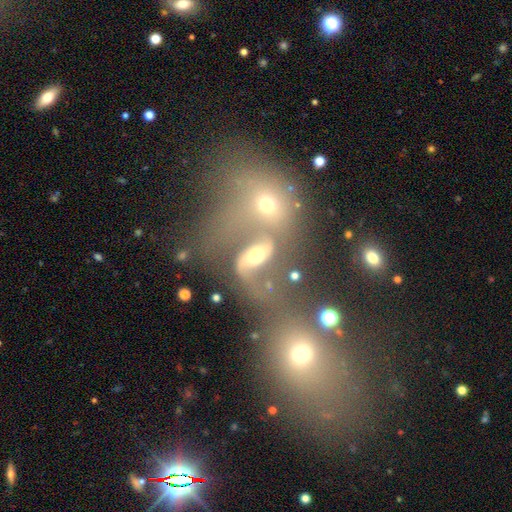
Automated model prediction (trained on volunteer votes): This appears to be a featured or disk galaxy (61%) with no bar (42%), spiral arms (80%) and a moderate central bulge (64%). Merging: merger (50%).